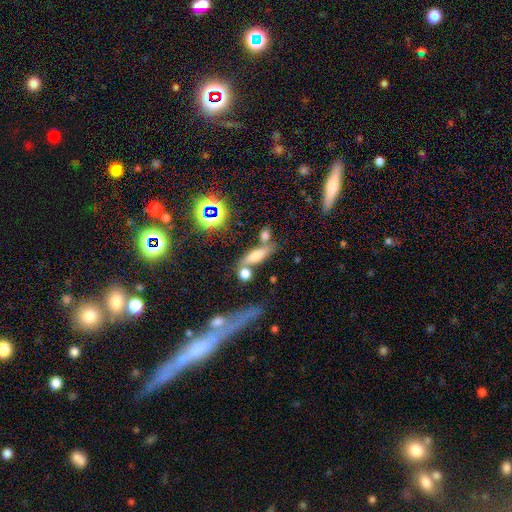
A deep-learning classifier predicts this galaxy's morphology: type=smooth (60%); roundness=cigar-shaped (49%); merging=none (51%).